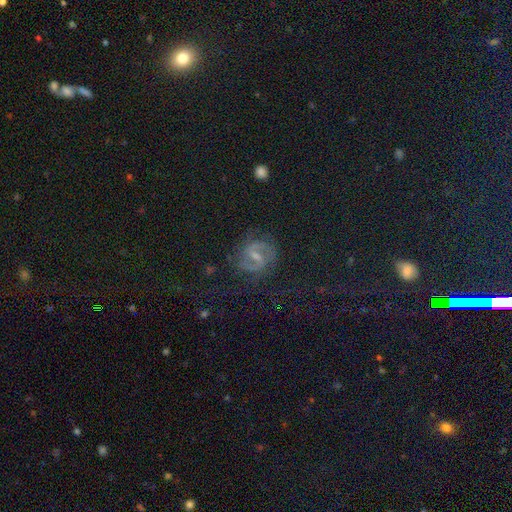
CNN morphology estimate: The model was most divided on "bulge size": small: 49%, moderate: 39%, none: 7%, large: 3%, dominant: 1%. Remaining: edge-on disk — no (97%); spiral arms — yes (88%); spiral arm count — 2 (86%); merging — none (75%); smooth or featured — featured or disk (68%); spiral winding — medium (53%); bar — weak (50%).